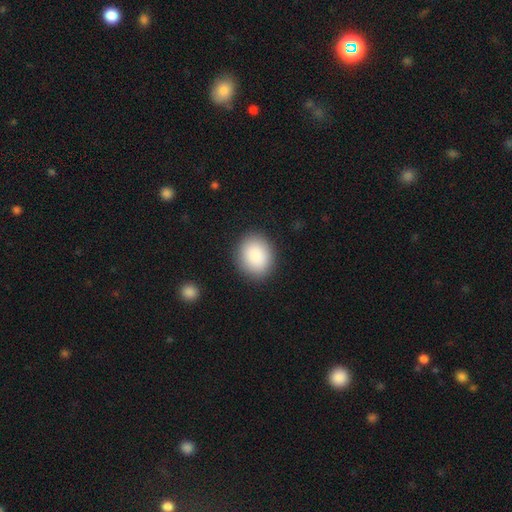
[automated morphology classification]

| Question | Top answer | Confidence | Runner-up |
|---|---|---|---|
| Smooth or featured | smooth | 88% | star or artifact (7%) |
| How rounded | round | 58% | in between (42%) |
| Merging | none | 88% | minor disturbance (8%) |